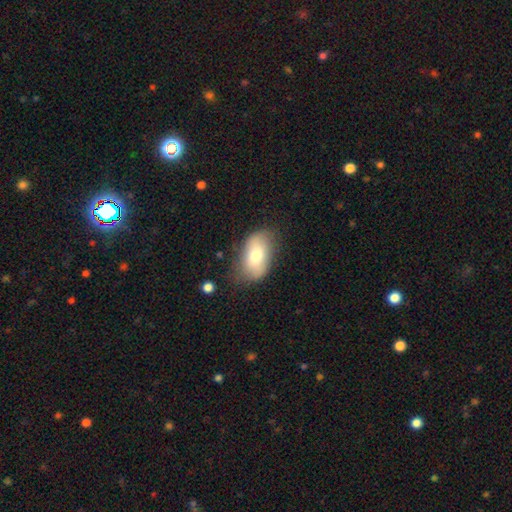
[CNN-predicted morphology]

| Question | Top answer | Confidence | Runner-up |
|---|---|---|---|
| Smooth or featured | smooth | 74% | featured or disk (19%) |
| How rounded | in between | 92% | round (6%) |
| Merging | none | 68% | minor disturbance (24%) |